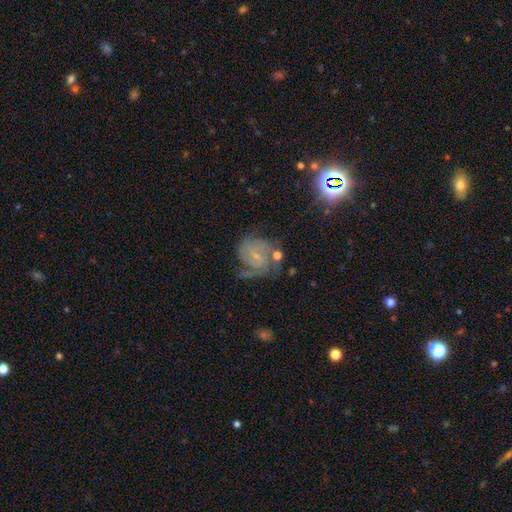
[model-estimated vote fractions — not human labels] Smooth or featured?
  - featured or disk: 72% *
  - smooth: 16%
  - star or artifact: 12%
Edge-on disk?
  - no: 98% *
  - yes: 2%
Bar?
  - weak: 47% *
  - no: 41%
  - strong: 12%
Spiral arms?
  - yes: 91% *
  - no: 9%
Spiral winding?
  - tight: 50% *
  - medium: 37%
  - loose: 13%
Spiral arm count?
  - can't tell: 31% *
  - 2: 30%
  - 3: 20%
  - 1: 8%
  - 4: 6%
  - more than 4: 5%
Bulge size?
  - small: 75% *
  - moderate: 15%
  - none: 8%
  - large: 1%
  - dominant: 1%
Merging?
  - none: 49% *
  - minor disturbance: 22%
  - major disturbance: 20%
  - merger: 9%